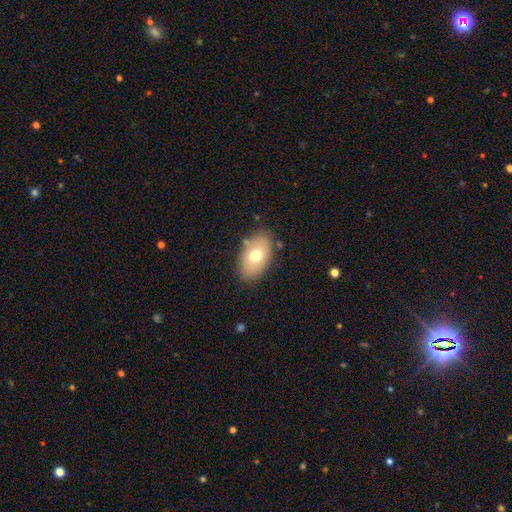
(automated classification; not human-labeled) Smooth or featured? smooth (68%)
How rounded? in between (90%)
Merging? none (80%)